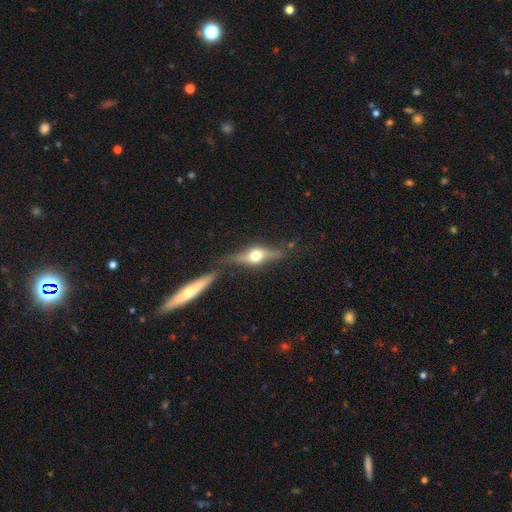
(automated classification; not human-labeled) smooth-or-featured: featured or disk: 65% | smooth: 27% | star or artifact: 8%
  disk-edge-on: yes: 90% | no: 10%
    edge-on-bulge: rounded: 96% | boxy: 3% | none: 2%
  merging: none: 64% | merger: 15% | minor disturbance: 15% | major disturbance: 6%